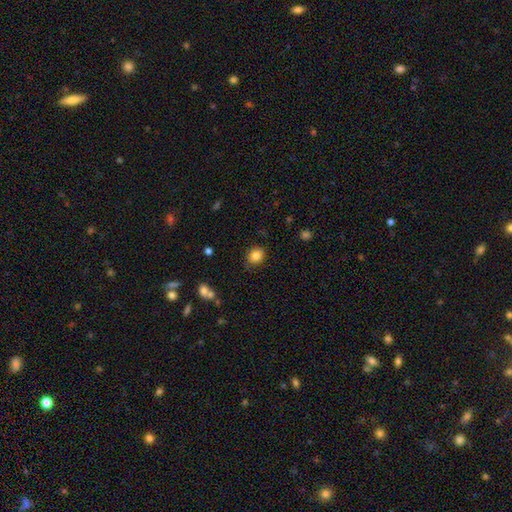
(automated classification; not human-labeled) A smooth galaxy with no disk features (84%) that is round (63%). Merging: none (81%).